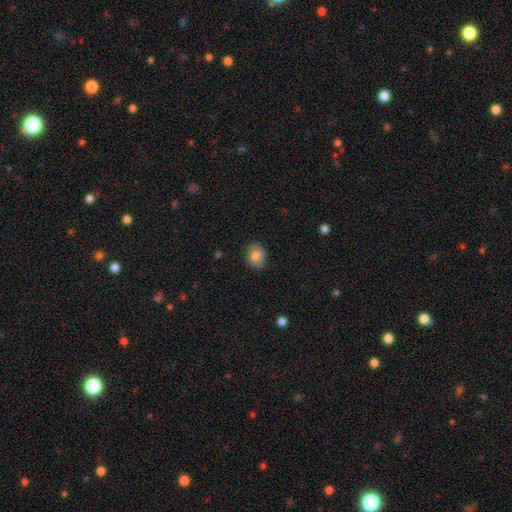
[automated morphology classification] Smooth or featured: smooth — 75% (featured or disk — 17%)
How rounded: round — 57% (in between — 42%)
Merging: none — 79% (minor disturbance — 17%)